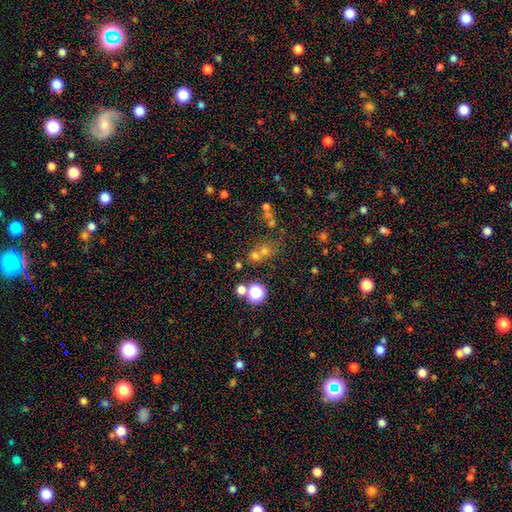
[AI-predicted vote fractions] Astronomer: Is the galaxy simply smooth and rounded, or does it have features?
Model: smooth — 58%.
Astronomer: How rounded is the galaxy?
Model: round — 83%.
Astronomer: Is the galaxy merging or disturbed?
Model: none — 48% (runner-up: merger, 40%).